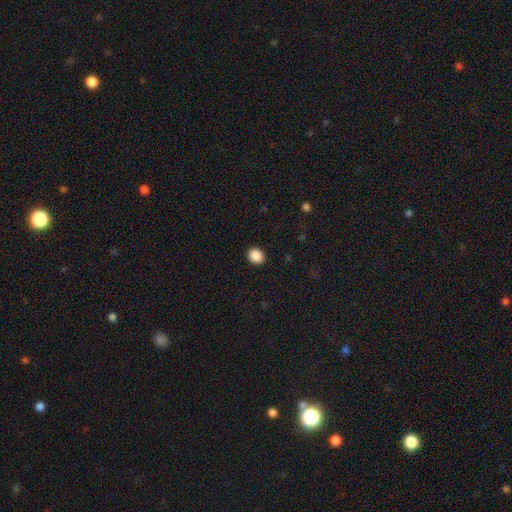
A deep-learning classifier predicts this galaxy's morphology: Smooth or featured? smooth (89%)
How rounded? round (60%)
Merging? none (92%)